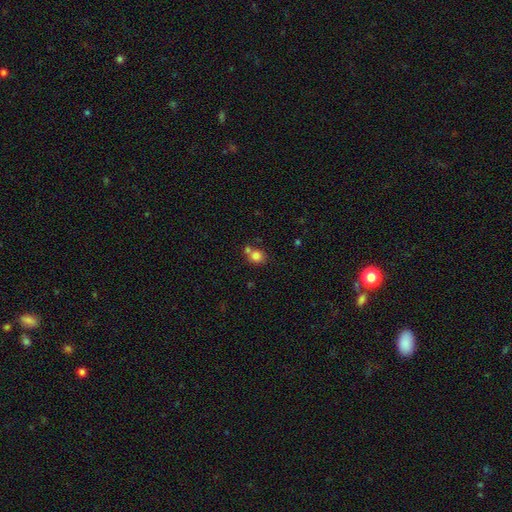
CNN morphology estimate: This appears to be a smooth galaxy with no disk features (80%) that is round (76%). Merging: none (54%).